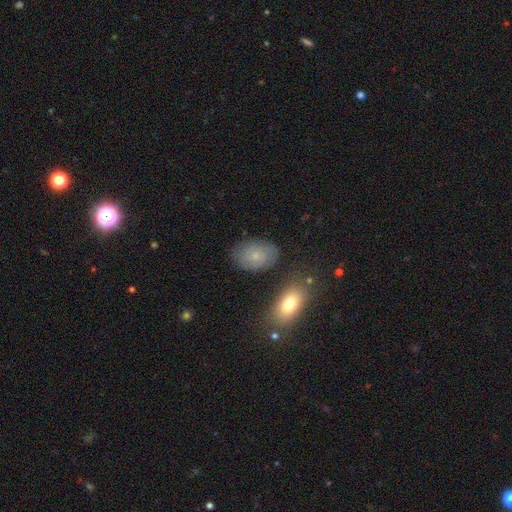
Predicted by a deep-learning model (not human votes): Smooth or featured? Predicted: smooth (p=0.70). How rounded? Predicted: in between (p=0.86). Merging? Predicted: none (p=0.76).